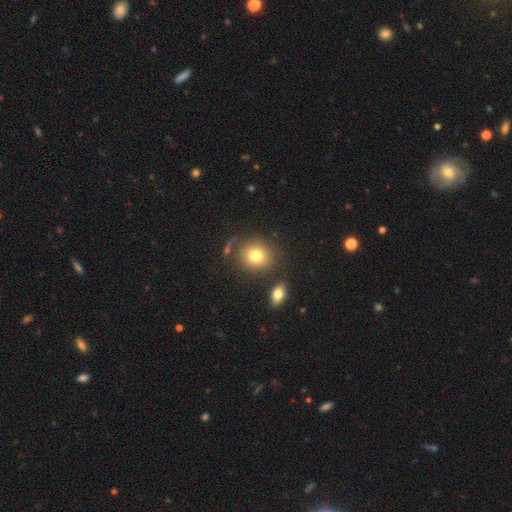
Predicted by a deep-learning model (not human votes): Smooth or featured? Predicted: smooth (p=0.79). How rounded? Predicted: round (p=0.80). Merging? Predicted: none (p=0.77).